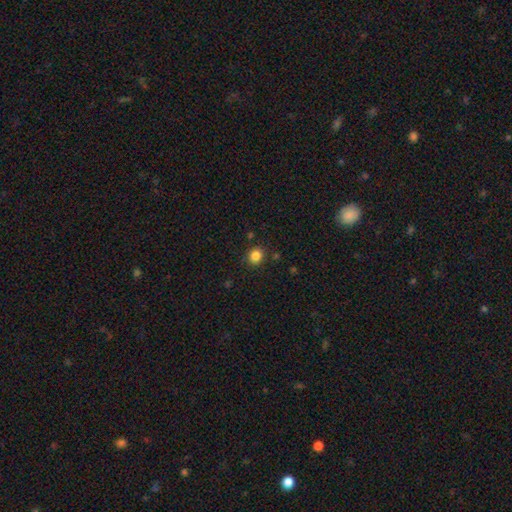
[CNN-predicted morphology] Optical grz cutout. It shows a smooth galaxy with no disk features (84%) that is round (78%). Merging: none (87%).